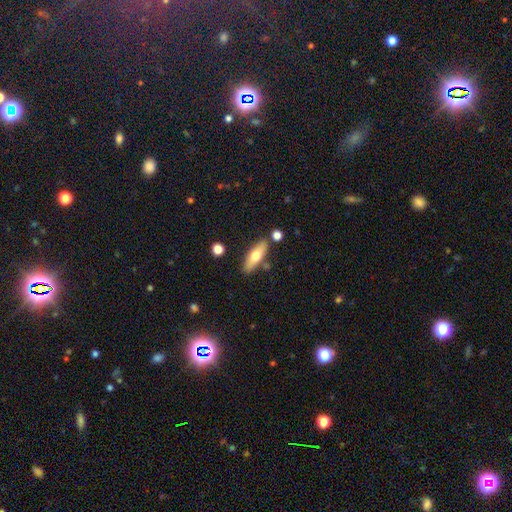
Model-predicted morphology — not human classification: Q: Smooth or featured?
A: smooth (62%); runner-up: featured or disk (31%)
Q: How rounded?
A: in between (55%); runner-up: cigar-shaped (42%)
Q: Merging?
A: none (80%); runner-up: minor disturbance (11%)